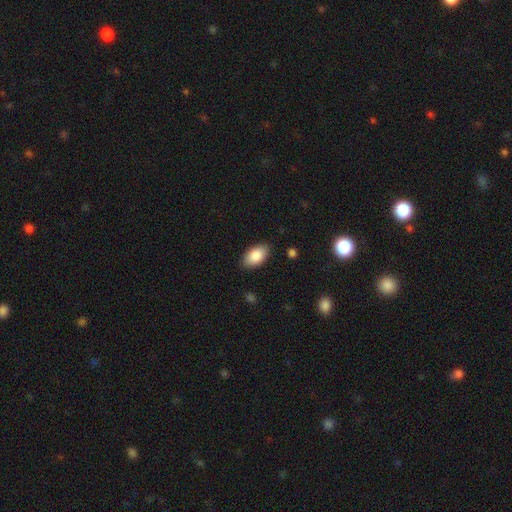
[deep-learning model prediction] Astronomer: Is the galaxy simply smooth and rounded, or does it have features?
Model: smooth — 86%.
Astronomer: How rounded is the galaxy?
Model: in between — 94%.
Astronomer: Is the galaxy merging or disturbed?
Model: none — 86%.